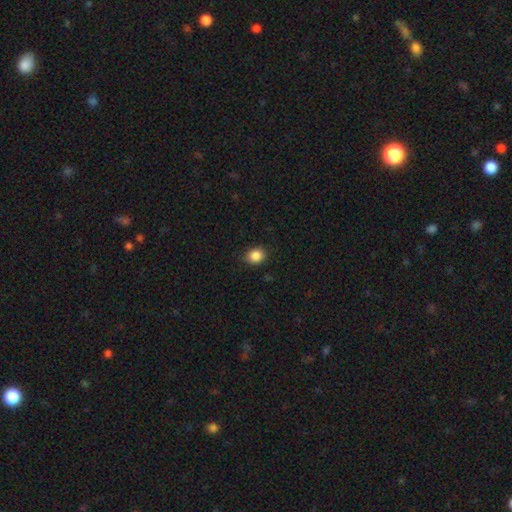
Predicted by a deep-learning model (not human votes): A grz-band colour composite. It shows a smooth galaxy with no disk features (87%) that is round (61%). Merging: none (85%).